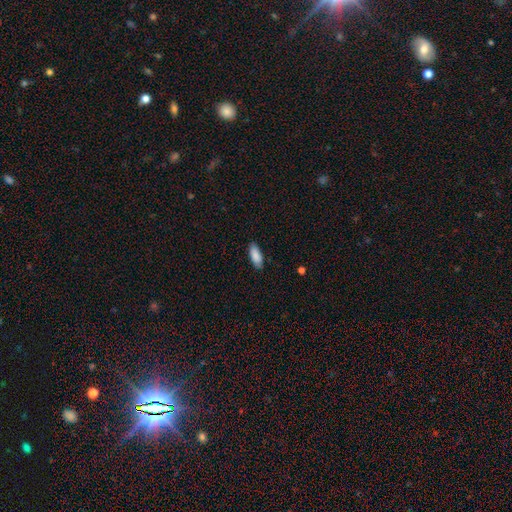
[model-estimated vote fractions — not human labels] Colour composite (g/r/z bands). It shows a smooth galaxy with no disk features (88%) that is in between round and cigar-shaped (77%). Merging: none (85%).